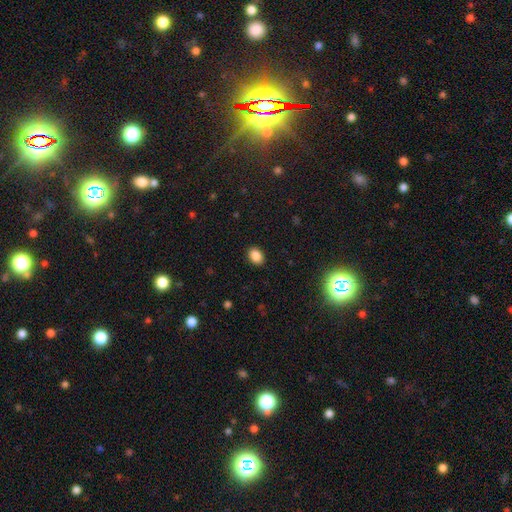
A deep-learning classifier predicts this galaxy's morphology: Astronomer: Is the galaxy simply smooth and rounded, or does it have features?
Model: smooth — 86%.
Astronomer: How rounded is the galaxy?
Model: in between — 68%.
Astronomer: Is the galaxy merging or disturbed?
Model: none — 90%.